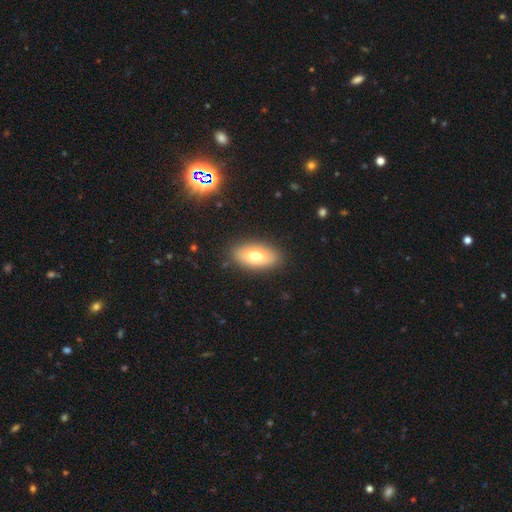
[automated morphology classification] The model was most divided on "smooth or featured": smooth: 72%, featured or disk: 21%, star or artifact: 7%. More confident: how rounded — in between (91%); merging — none (86%).